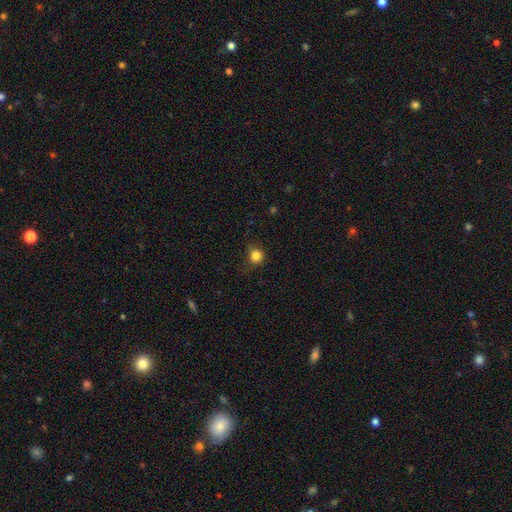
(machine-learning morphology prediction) Smooth or featured? Predicted: smooth (p=0.84). How rounded? Predicted: round (p=0.87). Merging? Predicted: none (p=0.74).